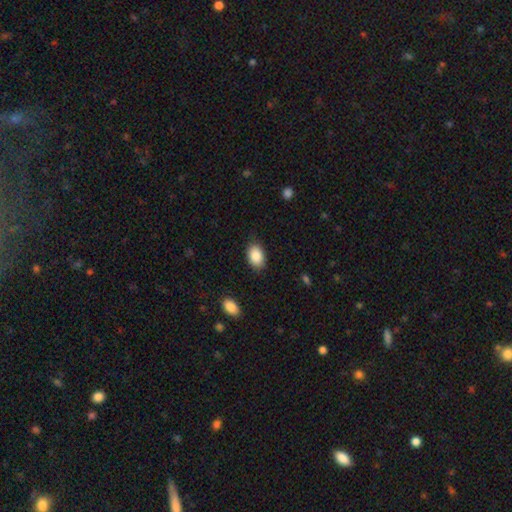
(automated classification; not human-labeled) Q: Smooth or featured?
A: smooth (88%); runner-up: star or artifact (7%)
Q: How rounded?
A: in between (85%); runner-up: round (14%)
Q: Merging?
A: none (84%); runner-up: minor disturbance (12%)